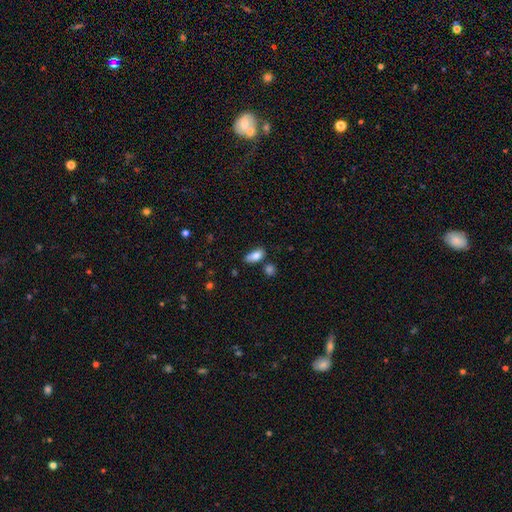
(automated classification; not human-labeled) Overall: smooth (83%). How rounded: in between (87%). Merging: none (60%; minor disturbance 25%).